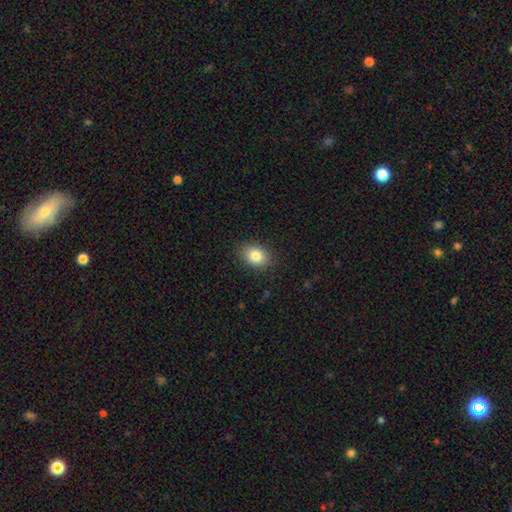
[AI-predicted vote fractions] Q: Smooth or featured?
A: smooth (84%); runner-up: star or artifact (9%)
Q: How rounded?
A: in between (67%); runner-up: round (32%)
Q: Merging?
A: none (86%); runner-up: minor disturbance (10%)